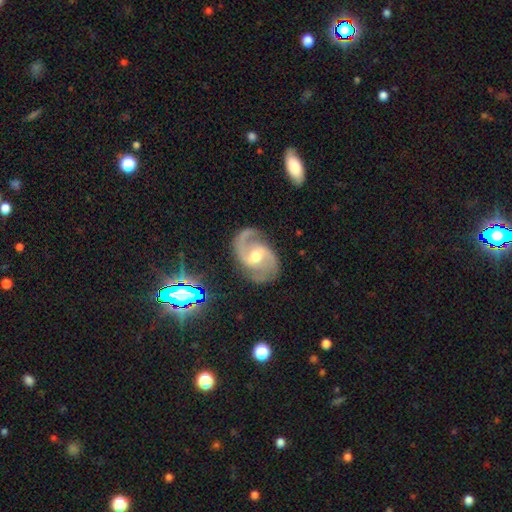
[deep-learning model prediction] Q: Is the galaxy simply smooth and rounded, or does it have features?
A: featured or disk — 89%.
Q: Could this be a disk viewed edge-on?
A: no — 98%.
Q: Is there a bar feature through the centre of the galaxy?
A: weak — 48%.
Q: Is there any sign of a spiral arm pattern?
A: yes — 97%.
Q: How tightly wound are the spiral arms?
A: medium — 56%.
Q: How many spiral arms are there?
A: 2 — 90%.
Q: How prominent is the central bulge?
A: moderate — 71%.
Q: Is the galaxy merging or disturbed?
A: none — 74%.